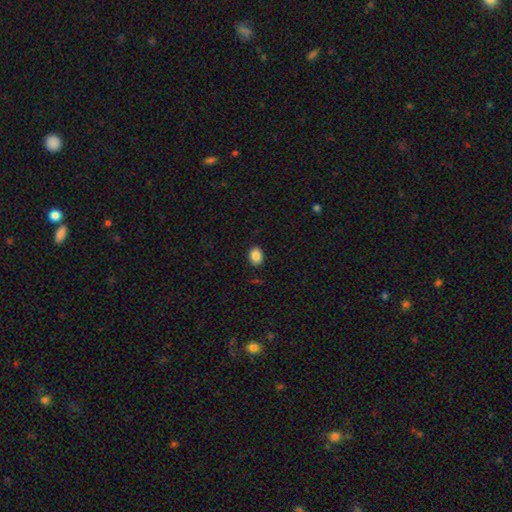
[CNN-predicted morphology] Smooth or featured? smooth (87%)
How rounded? in between (65%)
Merging? none (88%)